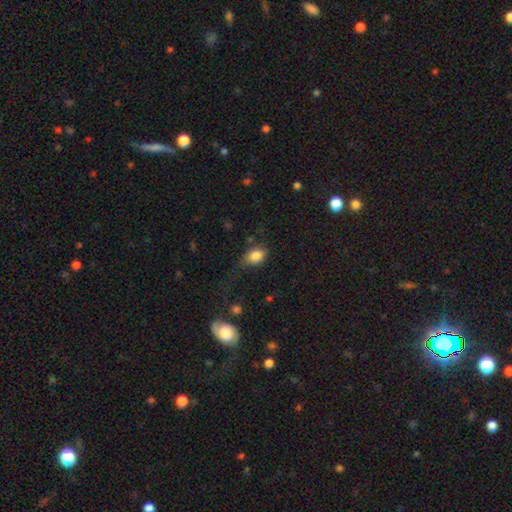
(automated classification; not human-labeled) The model was most divided on "merging": none: 52%, minor disturbance: 27%, major disturbance: 17%, merger: 4%. More confident: smooth or featured — smooth (84%); how rounded — in between (74%).